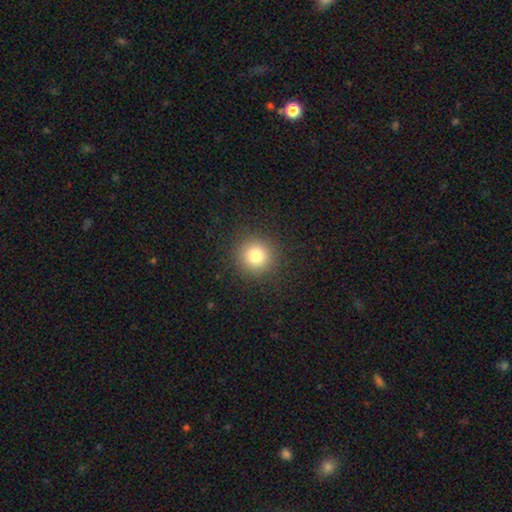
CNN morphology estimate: smooth 80%, star or artifact 13%, featured or disk 7%. Down the decision tree: how rounded — round (93%); merging — none (90%).